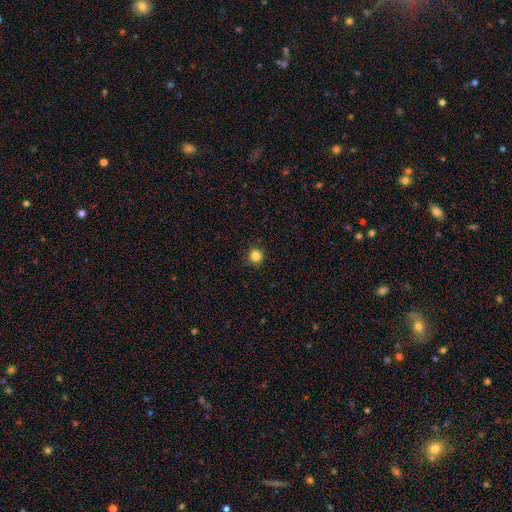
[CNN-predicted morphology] A smooth galaxy with no disk features (84%) that is round (92%).

Vote fractions:
- Smooth or featured? smooth: 84% / star or artifact: 12% / featured or disk: 4%
- How rounded? round: 92% / in between: 7% / cigar-shaped: 1%
- Merging? none: 87% / minor disturbance: 9% / major disturbance: 2% / merger: 1%